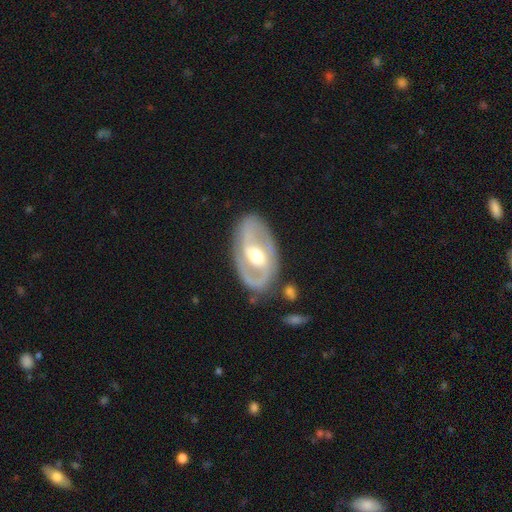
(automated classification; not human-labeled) This appears to be a featured or disk galaxy (84%) with a weak bar (43%), 2 (85%) medium (47%) spiral arms (85%) and a moderate central bulge (73%). Merging: none (79%).